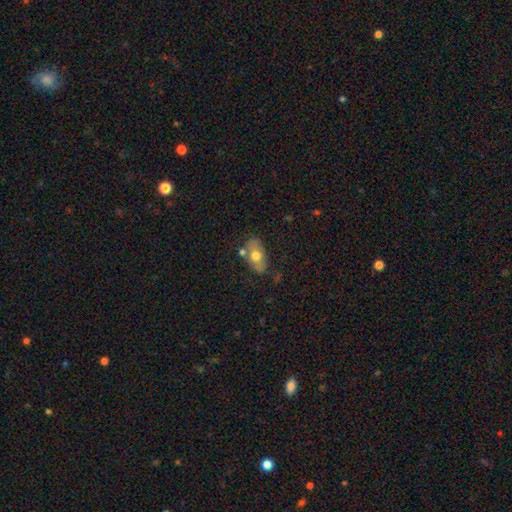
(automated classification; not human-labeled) A smooth galaxy with no disk features (61%) that is in between round and cigar-shaped (87%).

Vote fractions:
- Smooth or featured? smooth: 61% / featured or disk: 32% / star or artifact: 7%
- How rounded? in between: 87% / round: 10% / cigar-shaped: 3%
- Merging? none: 64% / minor disturbance: 20% / merger: 11% / major disturbance: 5%